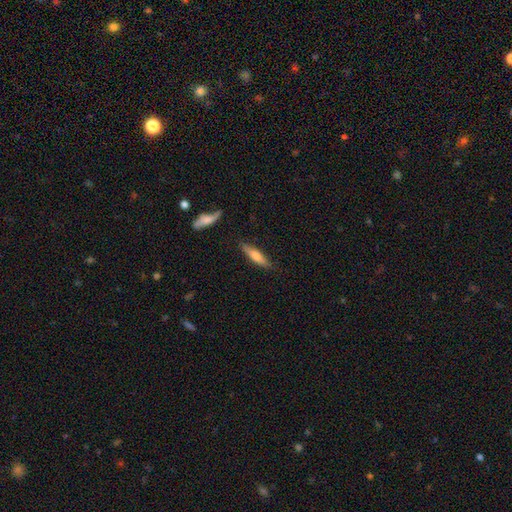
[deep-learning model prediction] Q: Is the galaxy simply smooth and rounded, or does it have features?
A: smooth — 63%.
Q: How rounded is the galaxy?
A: cigar-shaped — 77%.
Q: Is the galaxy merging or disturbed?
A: none — 83%.